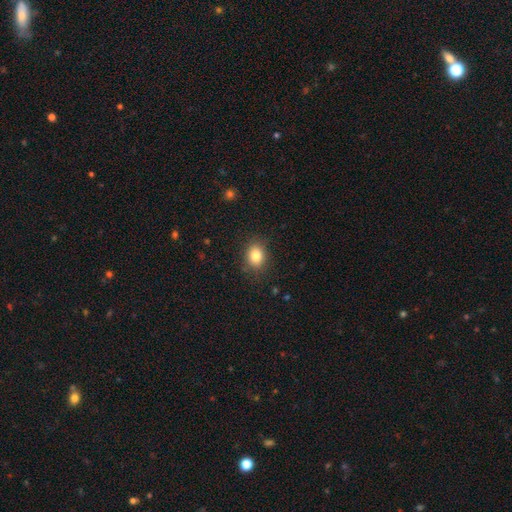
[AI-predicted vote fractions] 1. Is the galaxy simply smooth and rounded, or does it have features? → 83% smooth, 10% star or artifact, 7% featured or disk.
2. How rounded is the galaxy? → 55% in between, 44% round, 1% cigar-shaped.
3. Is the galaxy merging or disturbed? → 85% none, 11% minor disturbance, 3% major disturbance, 1% merger.